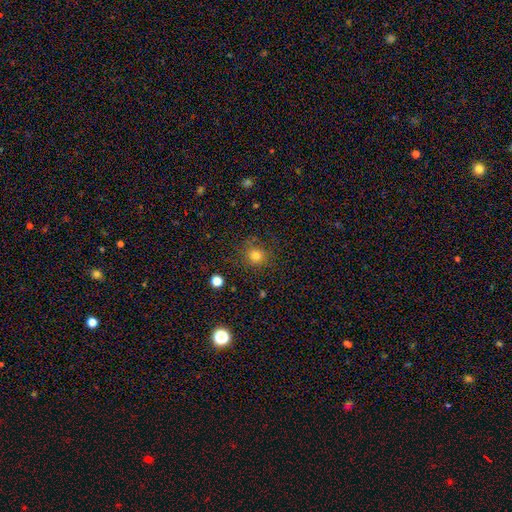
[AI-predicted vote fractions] Smooth or featured? Predicted: smooth (p=0.79). How rounded? Predicted: round (p=0.88). Merging? Predicted: none (p=0.82).